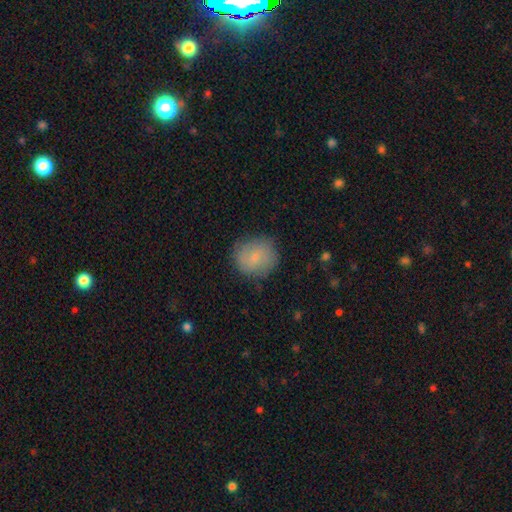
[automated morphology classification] Smooth or featured? Predicted: smooth (p=0.72). How rounded? Predicted: round (p=0.83). Merging? Predicted: none (p=0.80).